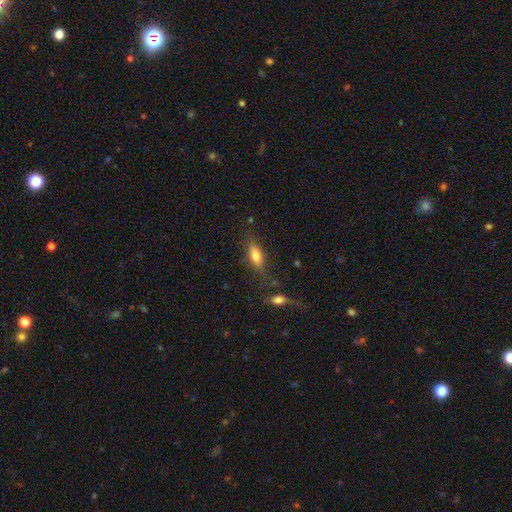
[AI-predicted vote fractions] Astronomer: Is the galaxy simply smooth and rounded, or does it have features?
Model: smooth — 73%.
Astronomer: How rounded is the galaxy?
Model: in between — 73%.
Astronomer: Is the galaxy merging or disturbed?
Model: none — 70%.